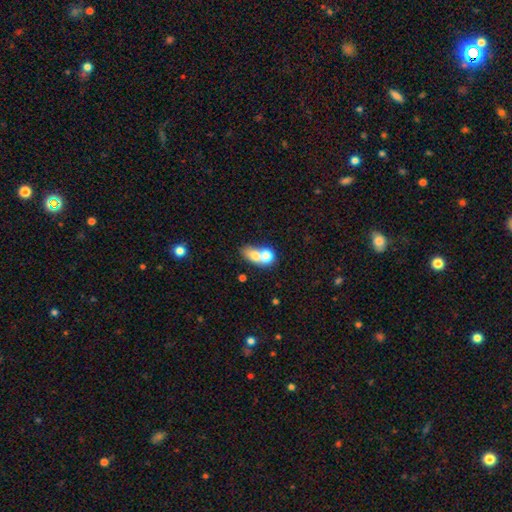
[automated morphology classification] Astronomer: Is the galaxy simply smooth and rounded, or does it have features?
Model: smooth — 69%.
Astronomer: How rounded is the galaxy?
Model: in between — 60% (runner-up: round, 36%).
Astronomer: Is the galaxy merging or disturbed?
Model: merger — 59%.